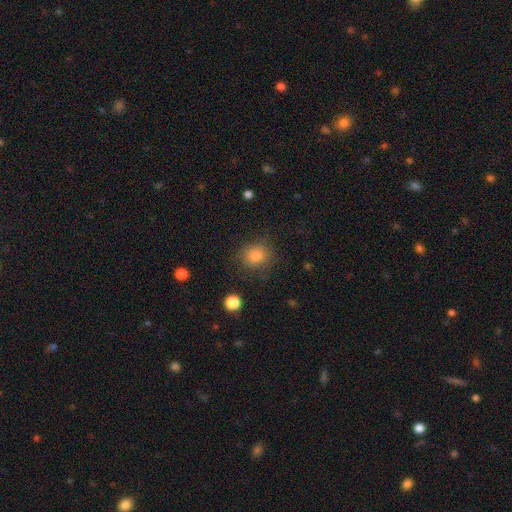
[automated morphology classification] Smooth or featured: smooth — 81% (star or artifact — 13%)
How rounded: round — 80% (in between — 19%)
Merging: none — 83% (minor disturbance — 11%)